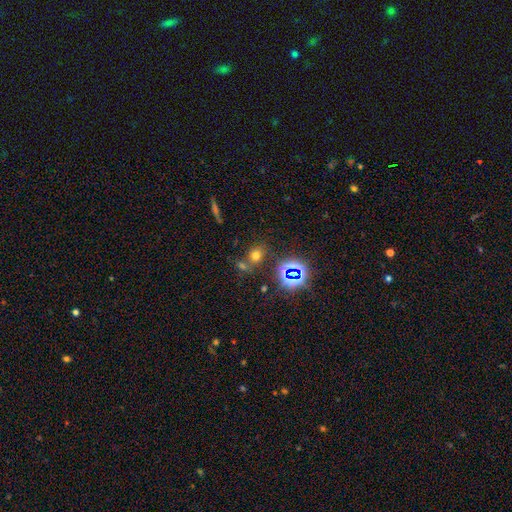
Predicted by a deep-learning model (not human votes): Morphology: type=smooth (59%); roundness=round (61%); merging=none (66%).